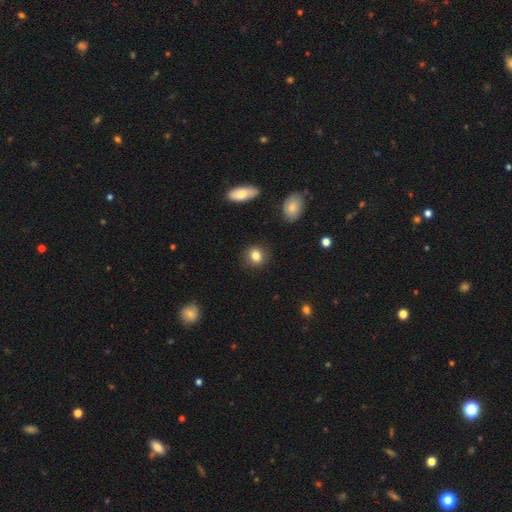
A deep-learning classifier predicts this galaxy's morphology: A smooth galaxy with no disk features (84%) that is round (75%). Merging: none (88%).